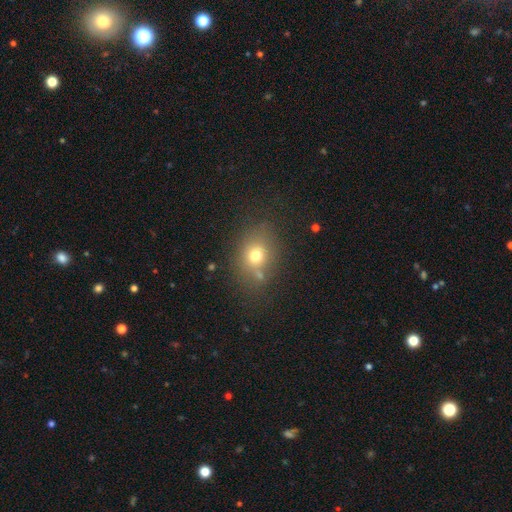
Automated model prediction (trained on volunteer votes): Morphology: type=smooth (71%); roundness=round (55%); merging=none (69%).